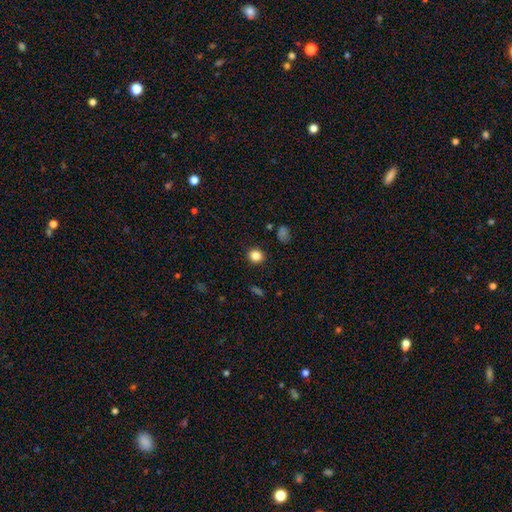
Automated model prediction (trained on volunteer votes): Smooth or featured: smooth — 84% (star or artifact — 11%)
How rounded: round — 82% (in between — 17%)
Merging: none — 90% (minor disturbance — 6%)